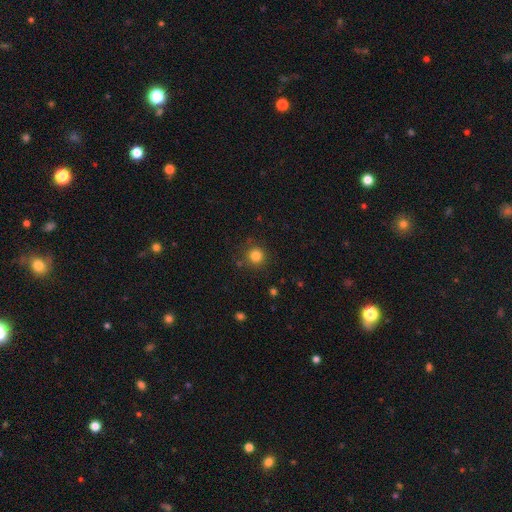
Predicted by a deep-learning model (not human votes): This appears to be a smooth galaxy with no disk features (82%) that is round (95%). Merging: none (86%).